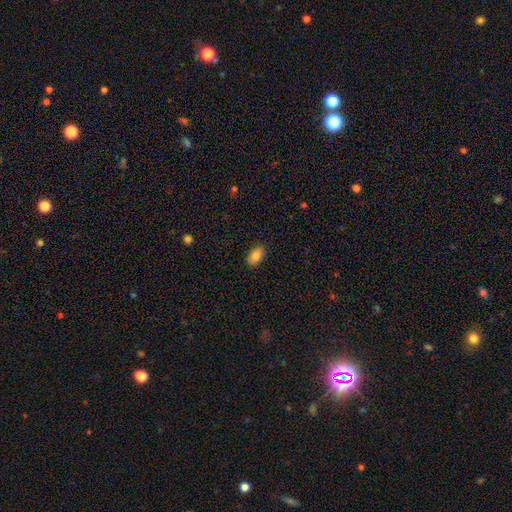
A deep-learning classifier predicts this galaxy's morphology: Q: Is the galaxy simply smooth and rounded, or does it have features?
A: smooth — 84%.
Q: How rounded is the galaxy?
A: in between — 90%.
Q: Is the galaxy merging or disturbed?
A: none — 88%.